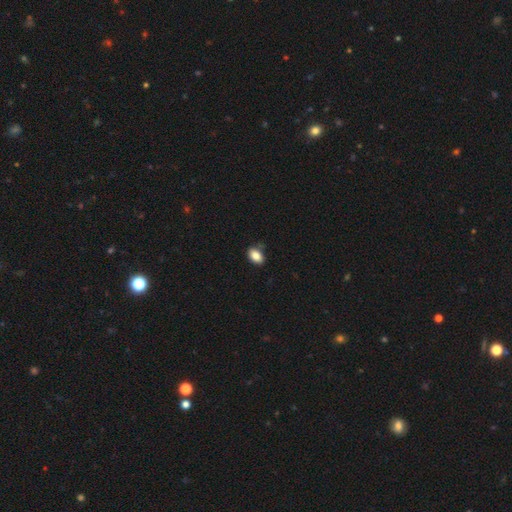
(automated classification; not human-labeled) smooth_or_featured: smooth (p=0.86) [alt: star or artifact p=0.09]
how_rounded: in between (p=0.85) [alt: round p=0.13]
merging: none (p=0.81) [alt: minor disturbance p=0.14]